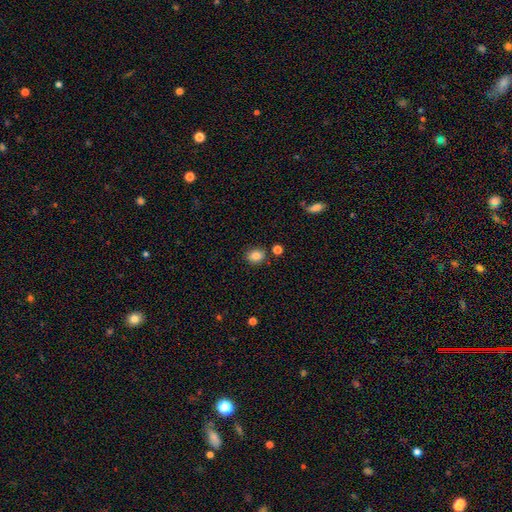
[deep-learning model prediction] A smooth galaxy with no disk features (84%) that is round (51%).

Vote fractions:
- Smooth or featured? smooth: 84% / star or artifact: 10% / featured or disk: 5%
- How rounded? round: 51% / in between: 48% / cigar-shaped: 1%
- Merging? none: 83% / minor disturbance: 10% / merger: 5% / major disturbance: 3%